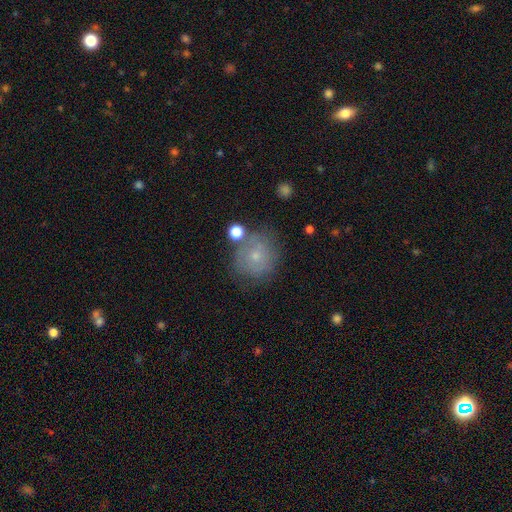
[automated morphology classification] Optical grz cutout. It shows a smooth galaxy with no disk features (60%) that is round (86%). Merging: none (65%).